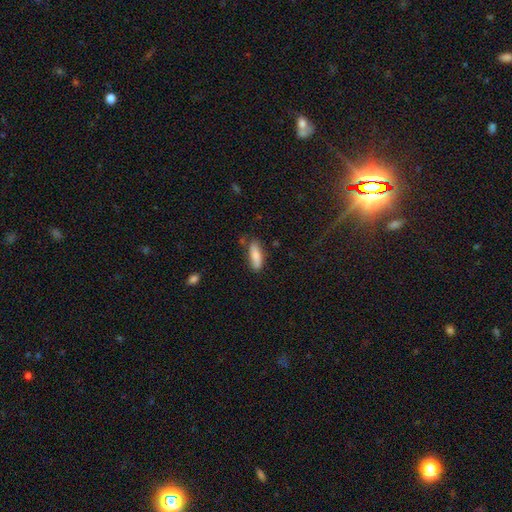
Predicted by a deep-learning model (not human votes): Smooth or featured?
  - smooth: 80% *
  - featured or disk: 14%
  - star or artifact: 7%
How rounded?
  - in between: 55% *
  - cigar-shaped: 43%
  - round: 2%
Merging?
  - none: 75% *
  - minor disturbance: 17%
  - merger: 4%
  - major disturbance: 4%